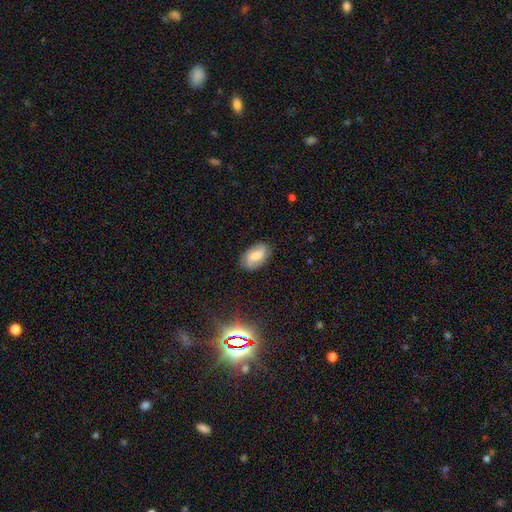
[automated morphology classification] A smooth galaxy with no disk features (50%) that is in between round and cigar-shaped (91%). Merging: none (81%).